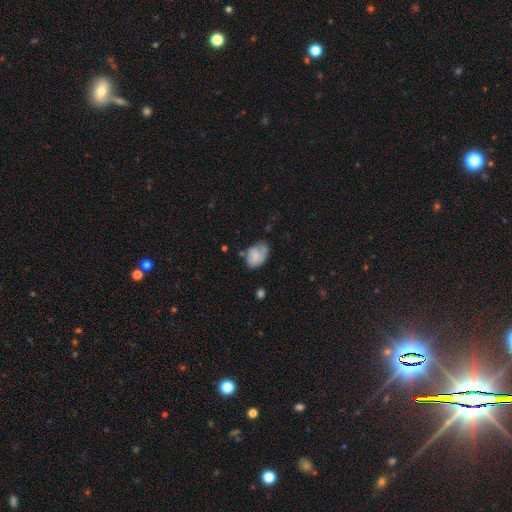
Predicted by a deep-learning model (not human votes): Q: Smooth or featured?
A: smooth (64%); runner-up: featured or disk (28%)
Q: How rounded?
A: in between (81%); runner-up: round (17%)
Q: Merging?
A: none (47%); runner-up: minor disturbance (34%)